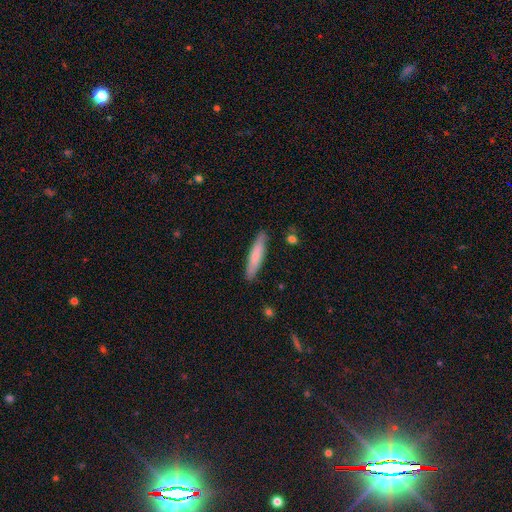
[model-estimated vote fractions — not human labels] Smooth or featured: smooth — 73% (featured or disk — 22%)
How rounded: cigar-shaped — 86% (in between — 13%)
Merging: none — 88% (minor disturbance — 9%)